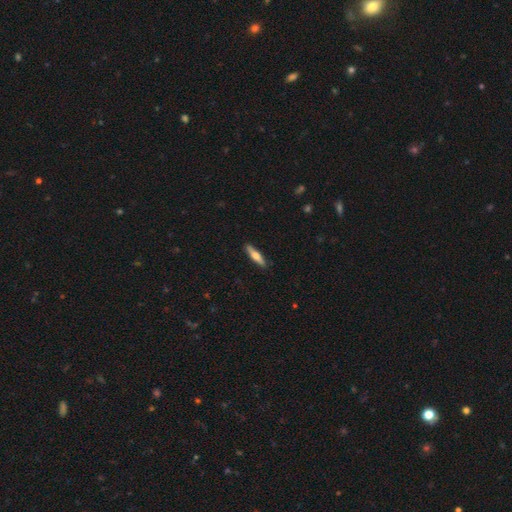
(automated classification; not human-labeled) Q: Smooth or featured?
A: smooth (54%); runner-up: featured or disk (40%)
Q: How rounded?
A: cigar-shaped (80%); runner-up: in between (18%)
Q: Merging?
A: none (90%); runner-up: minor disturbance (7%)